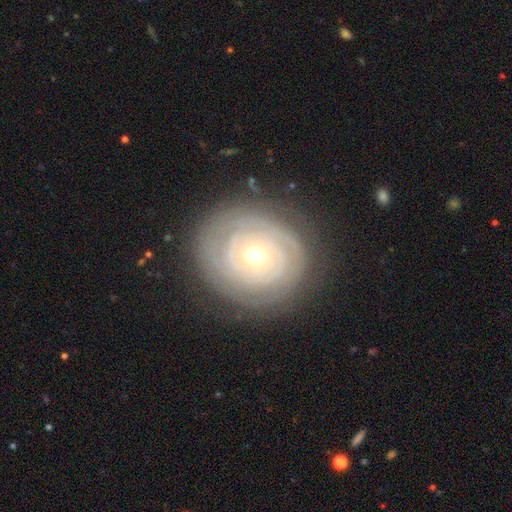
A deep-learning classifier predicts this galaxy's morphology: smooth_or_featured: featured or disk (p=0.80) [alt: smooth p=0.14]
disk_edge_on: no (p=0.97) [alt: yes p=0.03]
bar: no (p=0.83) [alt: weak p=0.12]
has_spiral_arms: yes (p=0.89) [alt: no p=0.11]
spiral_winding: tight (p=0.86) [alt: medium p=0.10]
spiral_arm_count: can't tell (p=0.36) [alt: 2 p=0.26]
bulge_size: small (p=0.55) [alt: moderate p=0.41]
merging: none (p=0.82) [alt: minor disturbance p=0.12]